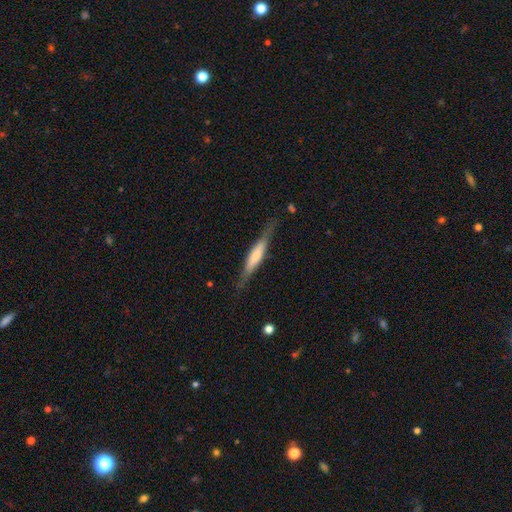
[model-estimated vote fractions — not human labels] A smooth galaxy with no disk features (50%). Merging: none (79%).